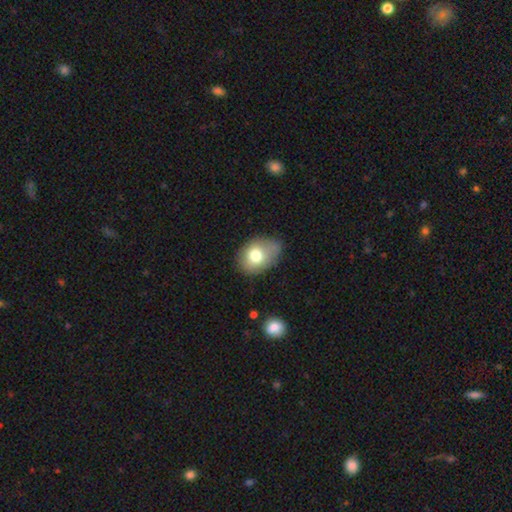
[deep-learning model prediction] A smooth galaxy with no disk features (75%) that is in between round and cigar-shaped (74%).

Vote fractions:
- Smooth or featured? smooth: 75% / featured or disk: 16% / star or artifact: 9%
- How rounded? in between: 74% / round: 25% / cigar-shaped: 1%
- Merging? none: 58% / minor disturbance: 30% / major disturbance: 8% / merger: 4%